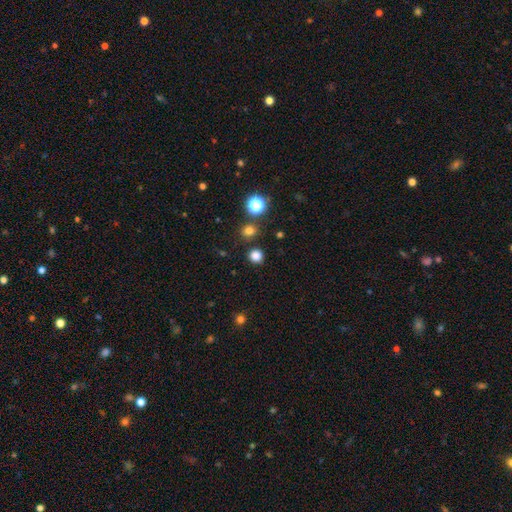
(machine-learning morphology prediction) smooth-or-featured: smooth: 79% | star or artifact: 17% | featured or disk: 4%
  how-rounded: round: 91% | in between: 8% | cigar-shaped: 1%
  merging: none: 88% | minor disturbance: 6% | merger: 4% | major disturbance: 3%